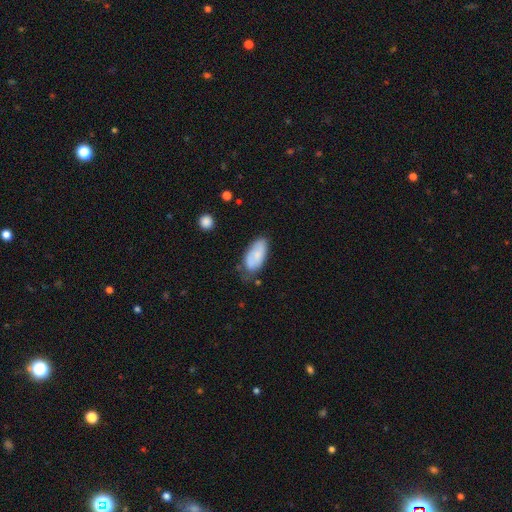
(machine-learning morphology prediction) Smooth or featured? smooth (71%)
How rounded? in between (92%)
Merging? none (56%)